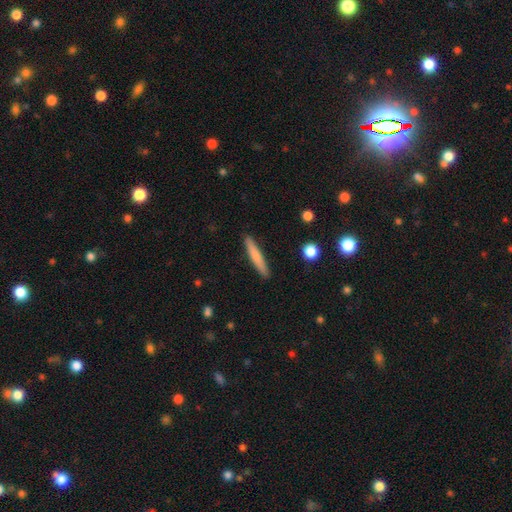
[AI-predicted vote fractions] The model was most divided on "smooth or featured": smooth: 72%, featured or disk: 22%, star or artifact: 6%. More confident: how rounded — cigar-shaped (94%); merging — none (90%).